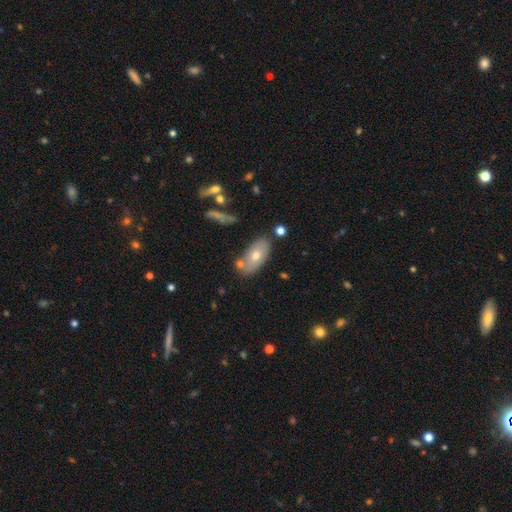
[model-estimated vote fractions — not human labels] Smooth or featured? smooth (63%)
How rounded? in between (89%)
Merging? none (70%)